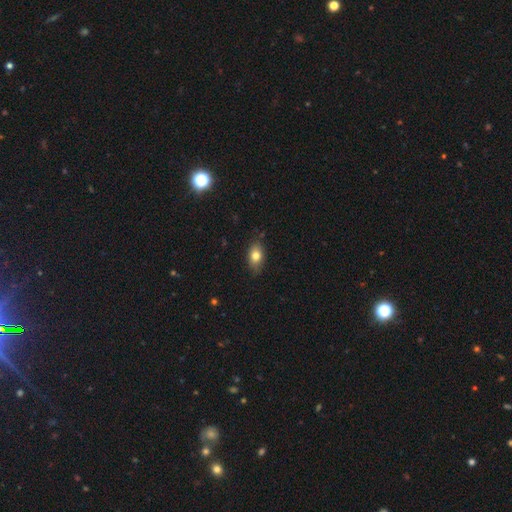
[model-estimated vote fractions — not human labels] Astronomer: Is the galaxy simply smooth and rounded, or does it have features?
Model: smooth — 78%.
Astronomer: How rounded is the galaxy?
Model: in between — 85%.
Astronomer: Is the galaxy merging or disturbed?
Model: none — 82%.